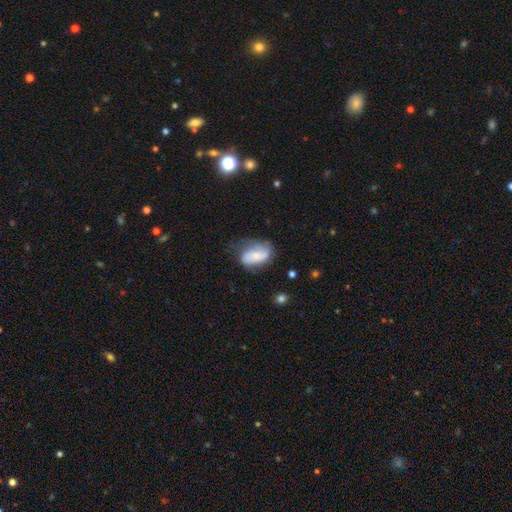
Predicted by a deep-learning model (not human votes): Smooth or featured? Predicted: smooth (p=0.58). How rounded? Predicted: in between (p=0.88). Merging? Predicted: none (p=0.44).